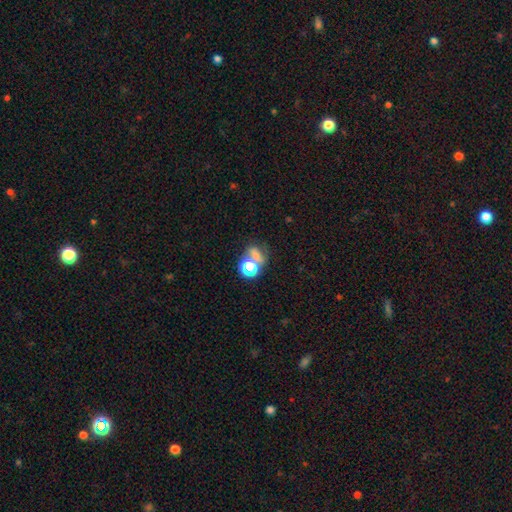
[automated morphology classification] smooth-or-featured: smooth: 54% | star or artifact: 32% | featured or disk: 14%
  how-rounded: round: 59% | in between: 38% | cigar-shaped: 3%
  merging: none: 41% | merger: 36% | minor disturbance: 12% | major disturbance: 11%